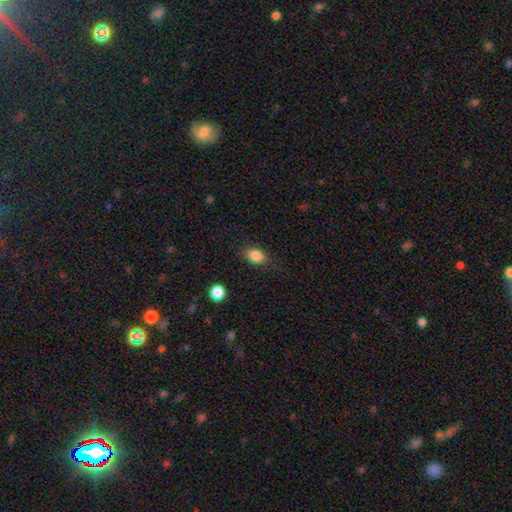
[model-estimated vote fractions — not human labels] Smooth or featured? Predicted: smooth (p=0.85). How rounded? Predicted: in between (p=0.72). Merging? Predicted: none (p=0.78).